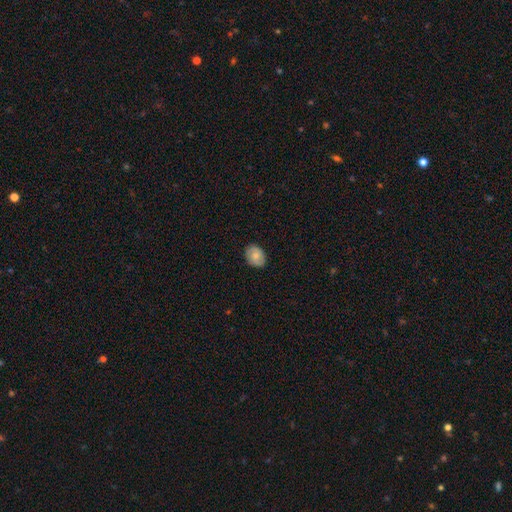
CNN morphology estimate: The model was most divided on "how rounded": in between: 64%, round: 35%, cigar-shaped: 1%. More confident: merging — none (84%); smooth or featured — smooth (68%).